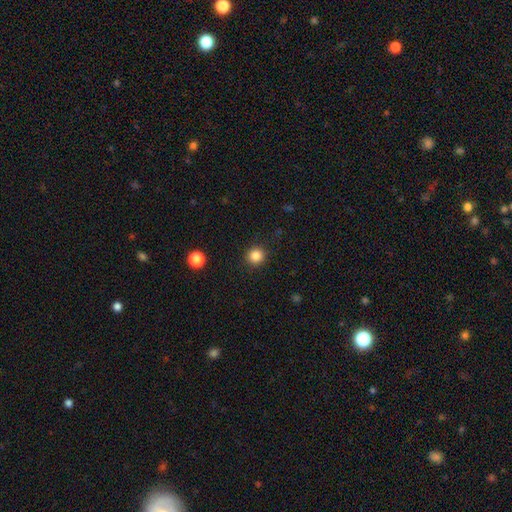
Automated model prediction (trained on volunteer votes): A smooth galaxy with no disk features (85%) that is round (93%).

Vote fractions:
- Smooth or featured? smooth: 85% / star or artifact: 11% / featured or disk: 4%
- How rounded? round: 93% / in between: 6% / cigar-shaped: 1%
- Merging? none: 91% / minor disturbance: 6% / major disturbance: 2% / merger: 1%